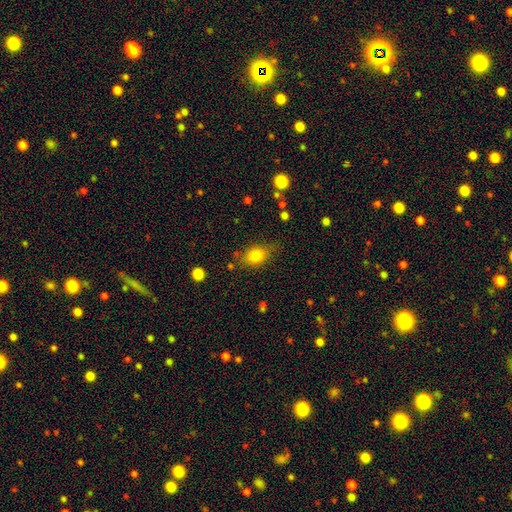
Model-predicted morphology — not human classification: smooth 81%, star or artifact 10%, featured or disk 9%. Down the decision tree: how rounded — in between (69%); merging — none (65%).